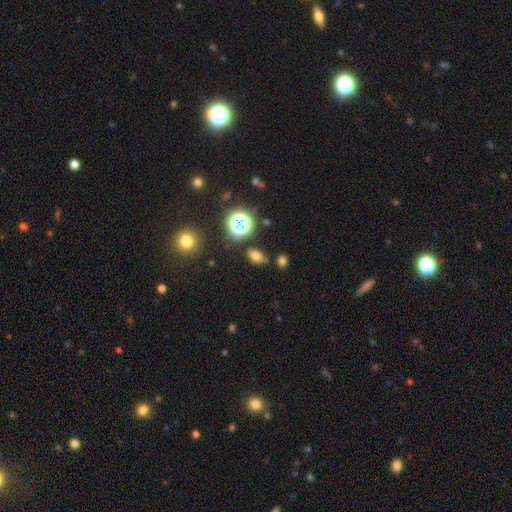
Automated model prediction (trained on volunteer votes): smooth_or_featured: smooth (p=0.67) [alt: star or artifact p=0.24]
how_rounded: in between (p=0.80) [alt: round p=0.17]
merging: none (p=0.75) [alt: minor disturbance p=0.14]